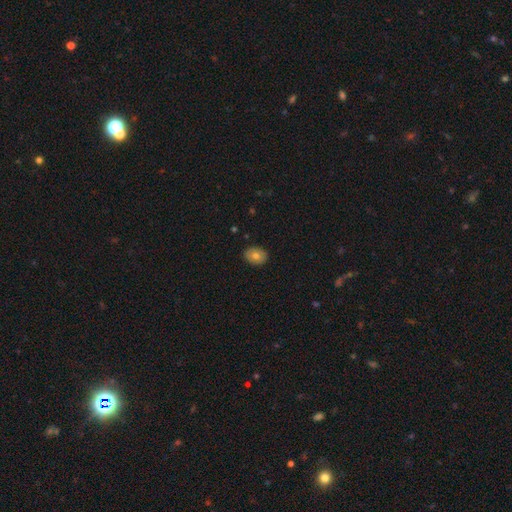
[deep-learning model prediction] Q: Smooth or featured?
A: smooth (73%); runner-up: featured or disk (19%)
Q: How rounded?
A: in between (68%); runner-up: round (31%)
Q: Merging?
A: none (88%); runner-up: minor disturbance (9%)